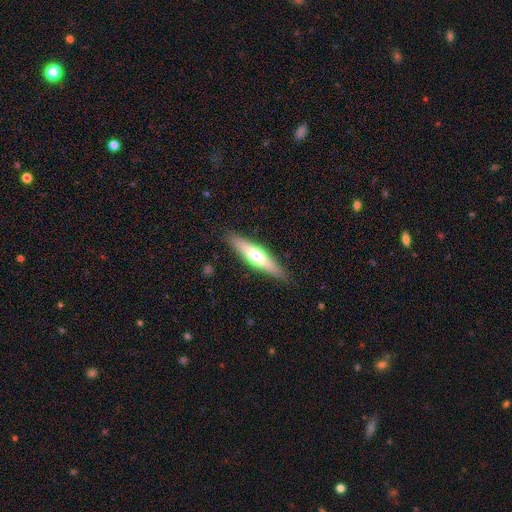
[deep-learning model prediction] smooth-or-featured: featured or disk: 51% | smooth: 43% | star or artifact: 6%
  disk-edge-on: yes: 93% | no: 7%
  merging: none: 89% | minor disturbance: 8% | major disturbance: 2% | merger: 1%